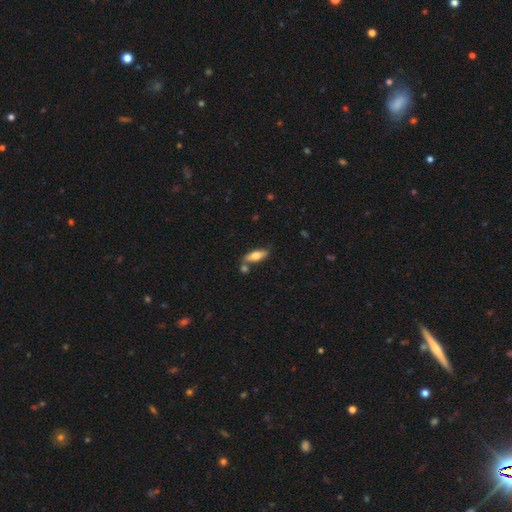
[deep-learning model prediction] smooth_or_featured: smooth (p=0.67) [alt: featured or disk p=0.27]
how_rounded: in between (p=0.61) [alt: cigar-shaped p=0.36]
merging: none (p=0.70) [alt: merger p=0.14]